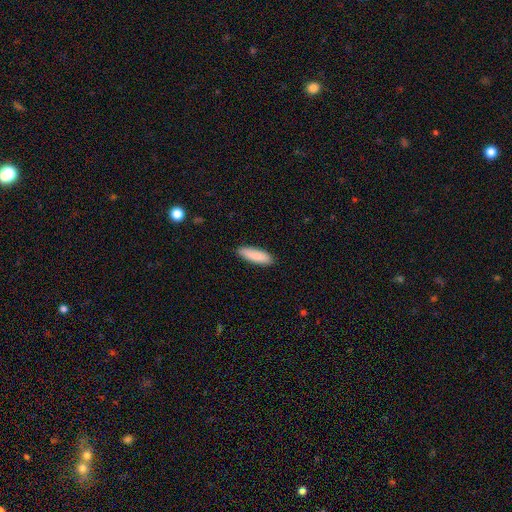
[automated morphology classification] This is clearly a smooth galaxy (89%). How rounded: possibly cigar-shaped (51%). Merging: clearly none (89%).